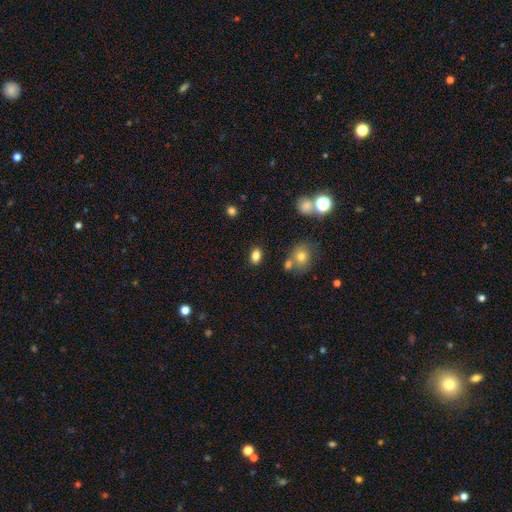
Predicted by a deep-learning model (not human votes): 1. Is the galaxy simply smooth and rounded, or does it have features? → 82% smooth, 11% star or artifact, 7% featured or disk.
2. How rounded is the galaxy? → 80% in between, 19% round, 2% cigar-shaped.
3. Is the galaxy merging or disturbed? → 81% none, 10% minor disturbance, 6% merger, 3% major disturbance.